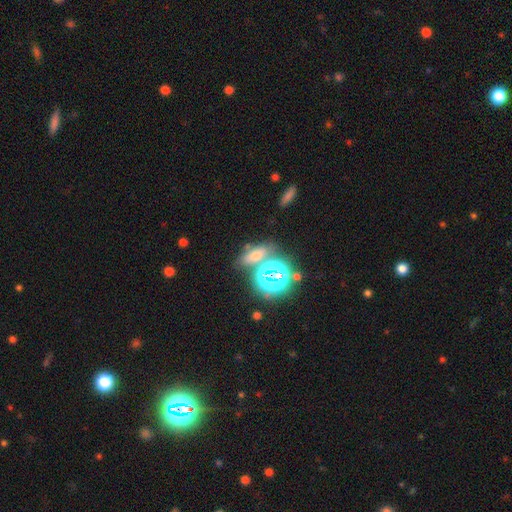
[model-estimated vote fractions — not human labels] A smooth galaxy with no disk features (47%). Merging: none (67%).